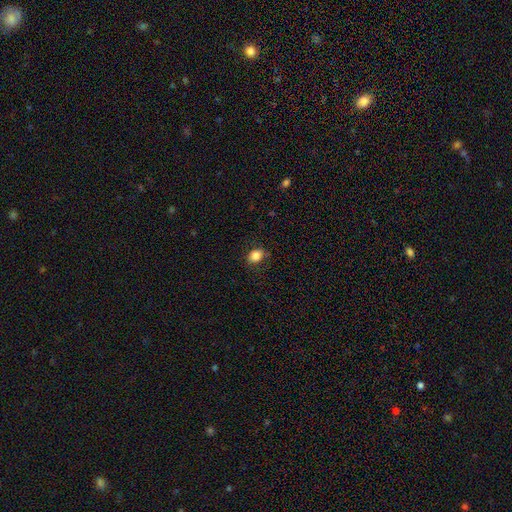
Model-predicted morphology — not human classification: The model was most divided on "how rounded": in between: 56%, round: 43%, cigar-shaped: 1%. More confident: smooth or featured — smooth (84%); merging — none (79%).